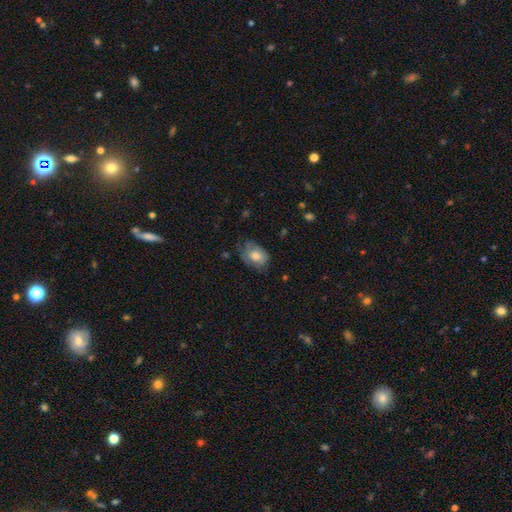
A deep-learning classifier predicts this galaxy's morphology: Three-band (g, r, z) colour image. It shows a smooth galaxy with no disk features (62%) that is in between round and cigar-shaped (76%). Merging: none (58%).